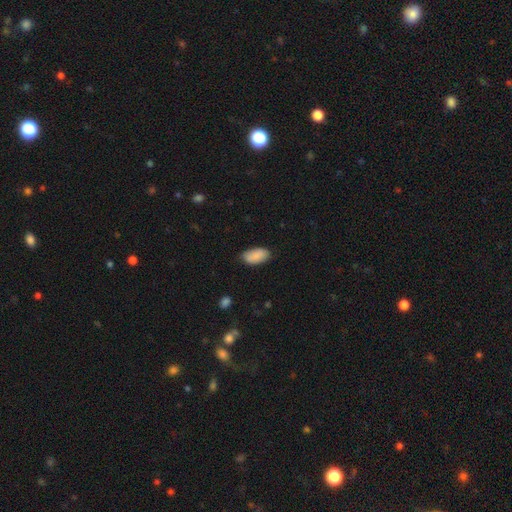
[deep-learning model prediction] A smooth galaxy with no disk features (87%) that is in between round and cigar-shaped (94%). Merging: none (80%).